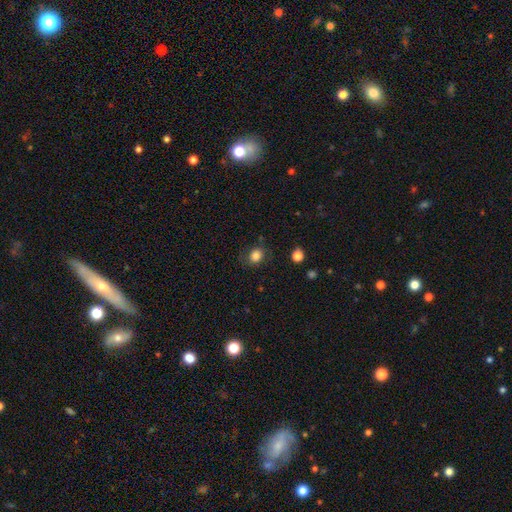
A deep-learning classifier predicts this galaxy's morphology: A smooth galaxy with no disk features (84%) that is round (59%).

Vote fractions:
- Smooth or featured? smooth: 84% / star or artifact: 11% / featured or disk: 5%
- How rounded? round: 59% / in between: 41% / cigar-shaped: 1%
- Merging? none: 76% / minor disturbance: 16% / major disturbance: 6% / merger: 2%